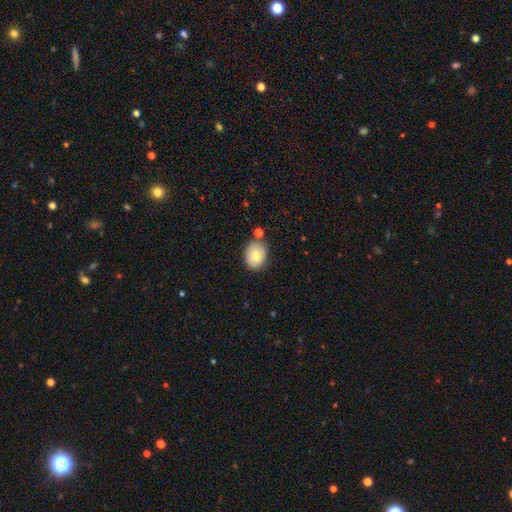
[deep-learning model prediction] A smooth galaxy with no disk features (74%) that is in between round and cigar-shaped (61%). Merging: none (72%).